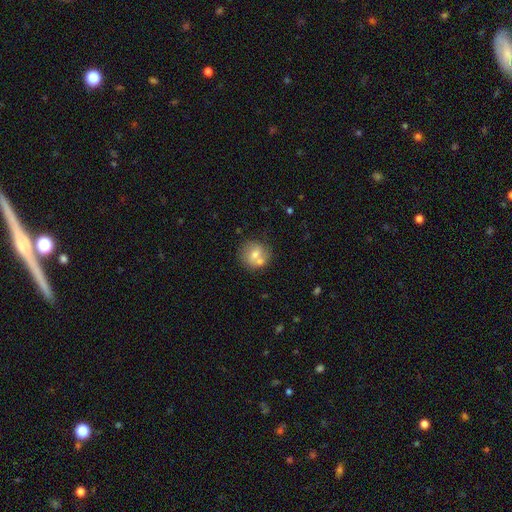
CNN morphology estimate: Overall: smooth (65%; featured or disk 26%). How rounded: round (87%). Merging: none (57%; merger 29%).